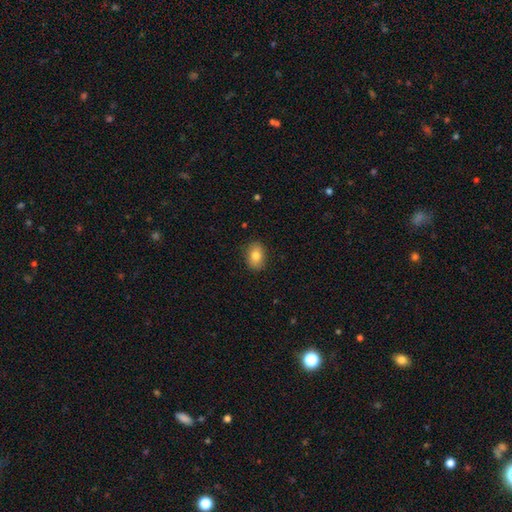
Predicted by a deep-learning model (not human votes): Q: Smooth or featured?
A: smooth (81%); runner-up: featured or disk (10%)
Q: How rounded?
A: in between (74%); runner-up: round (25%)
Q: Merging?
A: none (86%); runner-up: minor disturbance (10%)